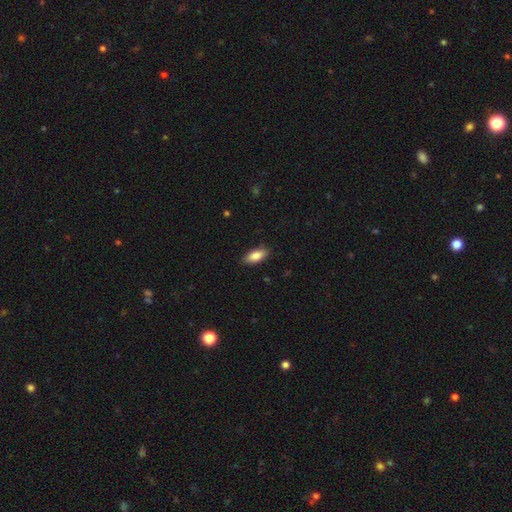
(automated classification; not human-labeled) Overall: smooth (86%). How rounded: in between (83%). Merging: none (87%).